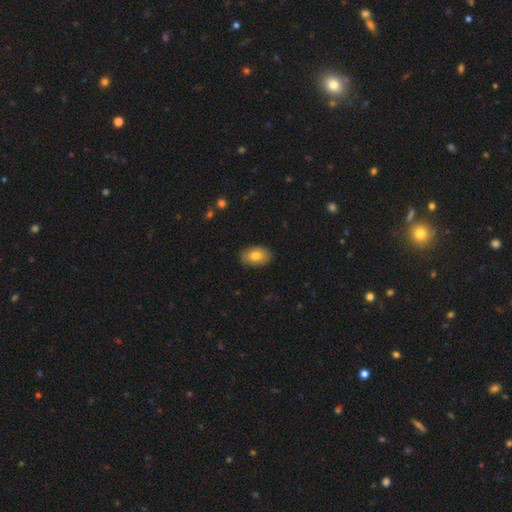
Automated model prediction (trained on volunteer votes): This appears to be a smooth galaxy with no disk features (80%) that is in between round and cigar-shaped (87%). Merging: none (87%).